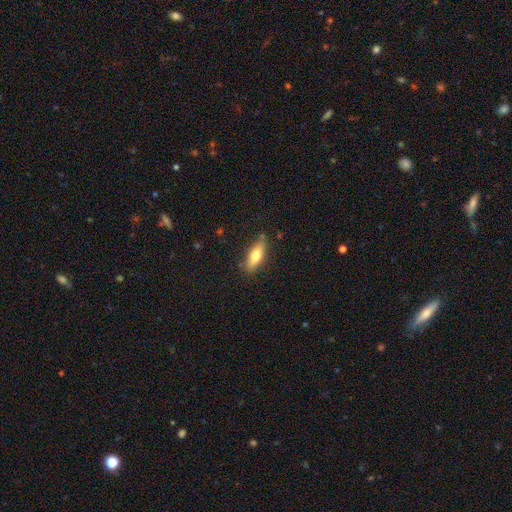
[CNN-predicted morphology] Smooth or featured?
  - smooth: 72% *
  - featured or disk: 21%
  - star or artifact: 7%
How rounded?
  - in between: 69% *
  - cigar-shaped: 28%
  - round: 3%
Merging?
  - none: 81% *
  - minor disturbance: 14%
  - major disturbance: 3%
  - merger: 2%